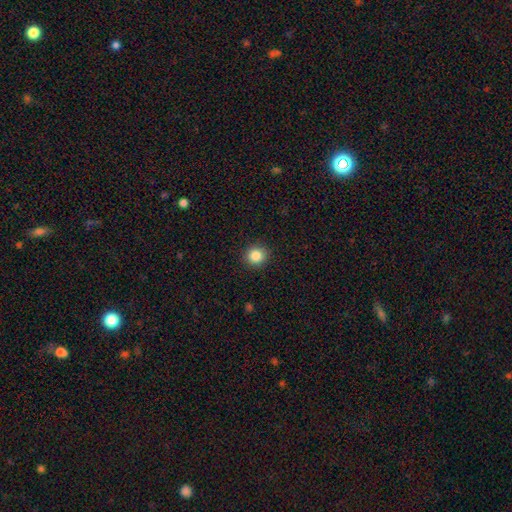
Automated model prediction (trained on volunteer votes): Smooth or featured?
  - smooth: 86% *
  - star or artifact: 10%
  - featured or disk: 4%
How rounded?
  - round: 90% *
  - in between: 9%
  - cigar-shaped: 1%
Merging?
  - none: 91% *
  - minor disturbance: 6%
  - major disturbance: 2%
  - merger: 1%